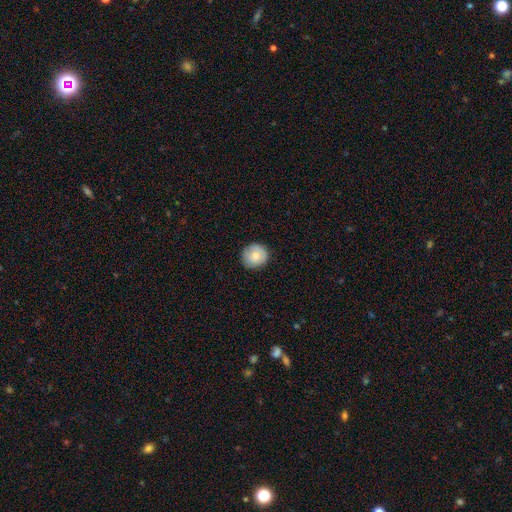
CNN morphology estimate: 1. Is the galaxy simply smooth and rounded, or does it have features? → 77% smooth, 16% featured or disk, 7% star or artifact.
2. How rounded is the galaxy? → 91% round, 8% in between, 1% cigar-shaped.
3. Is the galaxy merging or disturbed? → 84% none, 12% minor disturbance, 2% major disturbance, 1% merger.